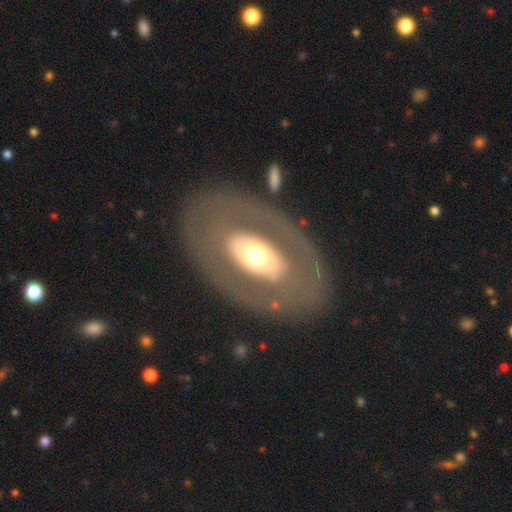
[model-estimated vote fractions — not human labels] Morphology: type=featured or disk (60%); edge-on=no (89%); bar=no (73%); spiral arms=no (85%); bulge=moderate (54%); merging=none (77%).